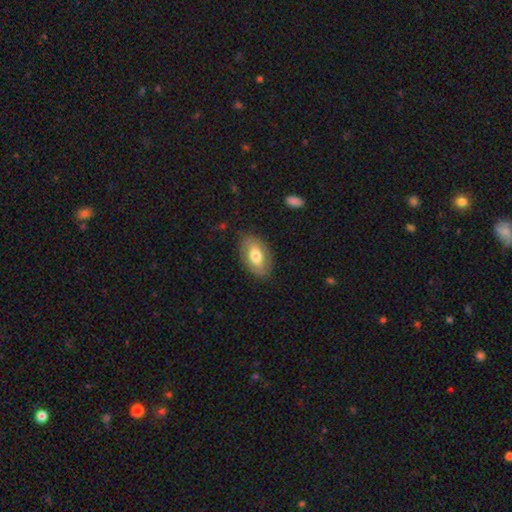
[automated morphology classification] The model was most divided on "smooth or featured": smooth: 69%, featured or disk: 24%, star or artifact: 6%. More confident: how rounded — in between (92%); merging — none (81%).